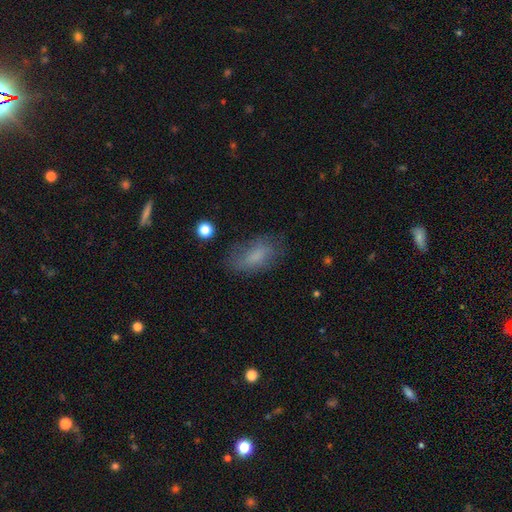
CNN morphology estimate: smooth 71%, featured or disk 19%, star or artifact 10%. Down the decision tree: how rounded — in between (89%); merging — none (64%).